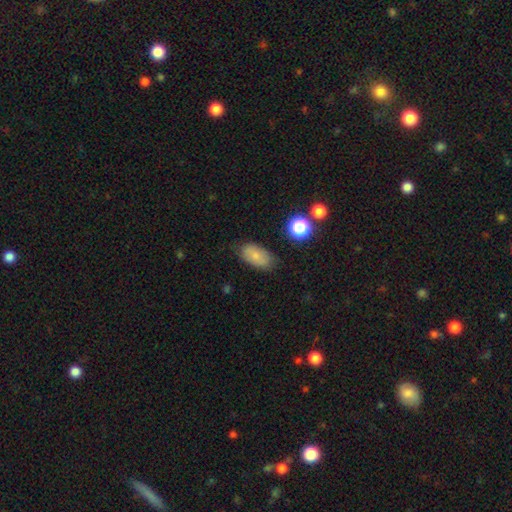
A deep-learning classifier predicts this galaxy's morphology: smooth 78%, featured or disk 13%, star or artifact 9%. Down the decision tree: how rounded — in between (91%); merging — none (77%).